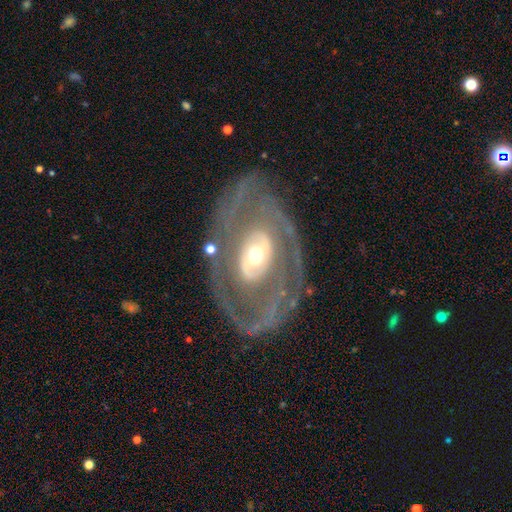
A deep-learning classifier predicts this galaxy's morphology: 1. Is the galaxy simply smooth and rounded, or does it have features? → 84% featured or disk, 11% smooth, 5% star or artifact.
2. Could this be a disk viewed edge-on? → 94% no, 6% yes.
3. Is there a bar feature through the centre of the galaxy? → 58% no, 27% weak, 15% strong.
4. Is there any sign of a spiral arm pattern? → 74% yes, 26% no.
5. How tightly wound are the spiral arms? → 54% tight, 31% medium, 15% loose.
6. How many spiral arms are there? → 46% 2, 28% can't tell, 9% 3, 7% 1, 5% 4, 4% more than 4.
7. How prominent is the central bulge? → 65% moderate, 21% small, 12% large, 2% dominant, 1% none.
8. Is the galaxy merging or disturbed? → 71% none, 15% minor disturbance, 12% major disturbance, 2% merger.